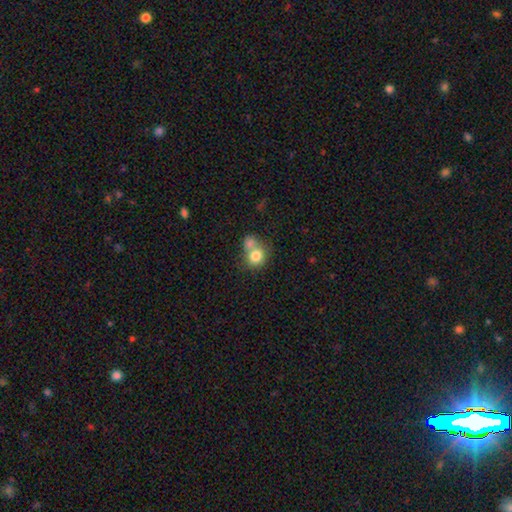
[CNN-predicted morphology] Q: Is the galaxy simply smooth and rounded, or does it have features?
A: smooth — 78%.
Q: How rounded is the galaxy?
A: round — 72%.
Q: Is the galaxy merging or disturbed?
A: merger — 55%.